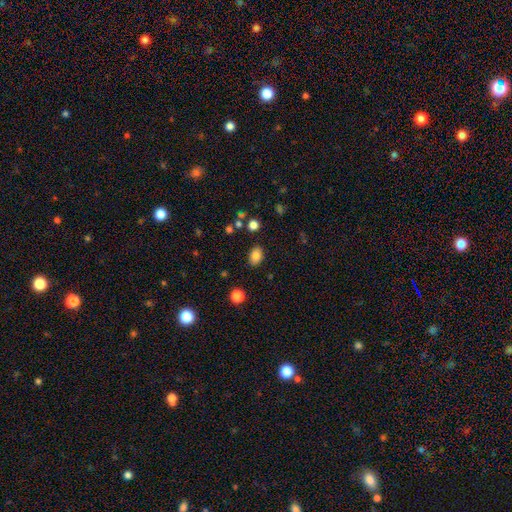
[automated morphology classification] Smooth or featured: smooth — 84% (star or artifact — 10%)
How rounded: in between — 79% (round — 20%)
Merging: none — 84% (minor disturbance — 11%)